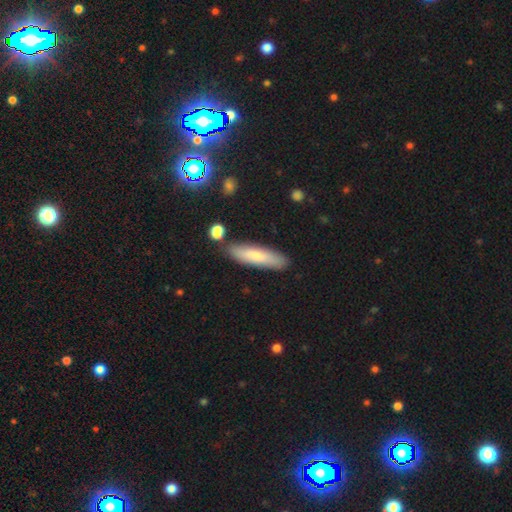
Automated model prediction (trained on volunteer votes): Smooth or featured? Predicted: smooth (p=0.74). How rounded? Predicted: cigar-shaped (p=0.74). Merging? Predicted: none (p=0.83).